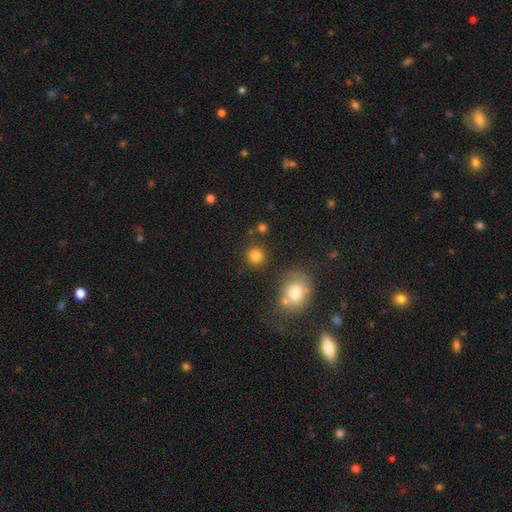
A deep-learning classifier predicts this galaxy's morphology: smooth_or_featured: smooth (p=0.82) [alt: star or artifact p=0.13]
how_rounded: round (p=0.92) [alt: in between p=0.07]
merging: none (p=0.85) [alt: minor disturbance p=0.07]